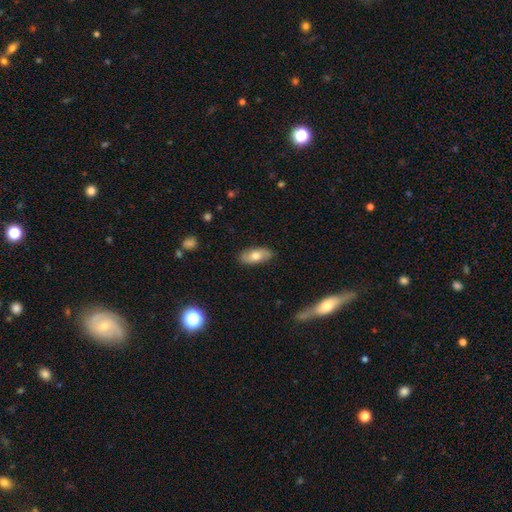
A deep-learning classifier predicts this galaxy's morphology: A smooth galaxy with no disk features (69%) that is in between round and cigar-shaped (87%). Merging: none (86%).